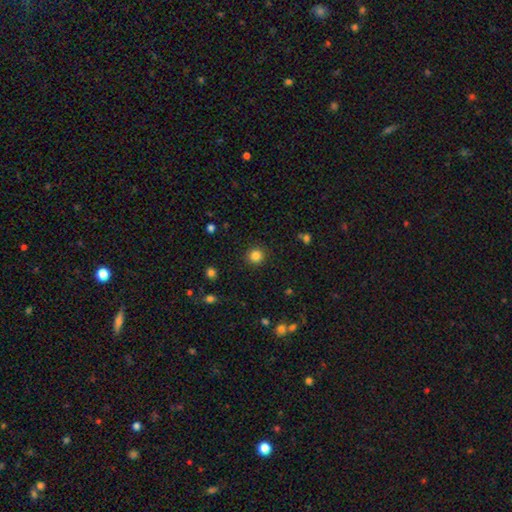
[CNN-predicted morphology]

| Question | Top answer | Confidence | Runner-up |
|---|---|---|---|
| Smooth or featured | smooth | 84% | star or artifact (12%) |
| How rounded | round | 94% | in between (5%) |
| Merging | none | 91% | minor disturbance (5%) |